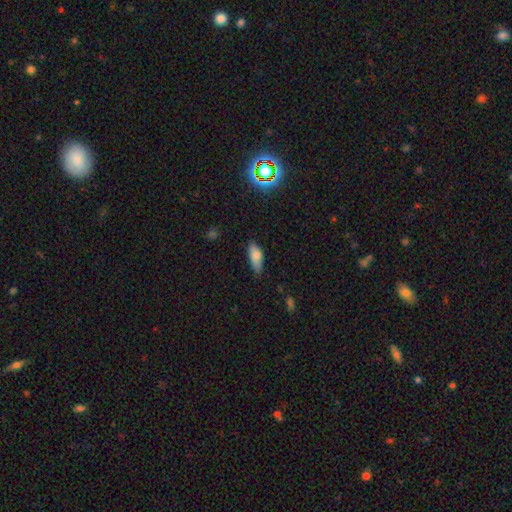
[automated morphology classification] Q: Smooth or featured?
A: smooth (80%); runner-up: featured or disk (11%)
Q: How rounded?
A: in between (73%); runner-up: cigar-shaped (24%)
Q: Merging?
A: none (67%); runner-up: minor disturbance (26%)